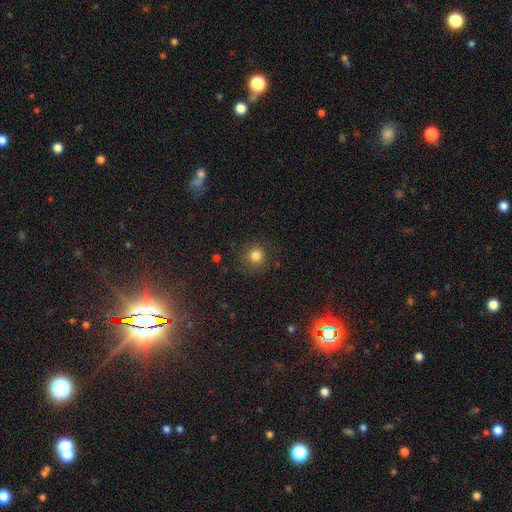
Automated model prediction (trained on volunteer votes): Smooth or featured?
  - smooth: 82% *
  - star or artifact: 13%
  - featured or disk: 5%
How rounded?
  - round: 93% *
  - in between: 6%
  - cigar-shaped: 1%
Merging?
  - none: 85% *
  - minor disturbance: 9%
  - major disturbance: 4%
  - merger: 1%